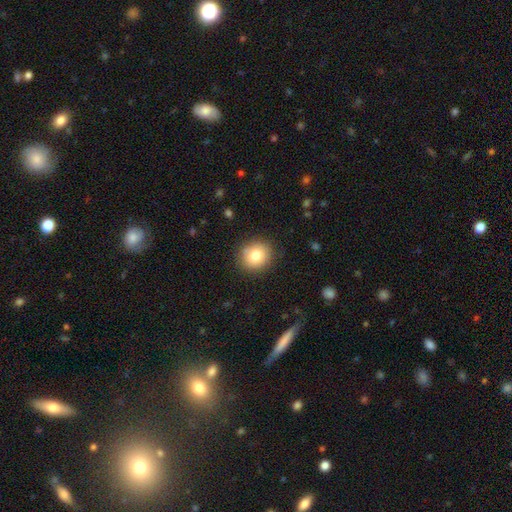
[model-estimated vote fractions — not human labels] Overall: smooth (80%). How rounded: round (87%). Merging: none (88%).